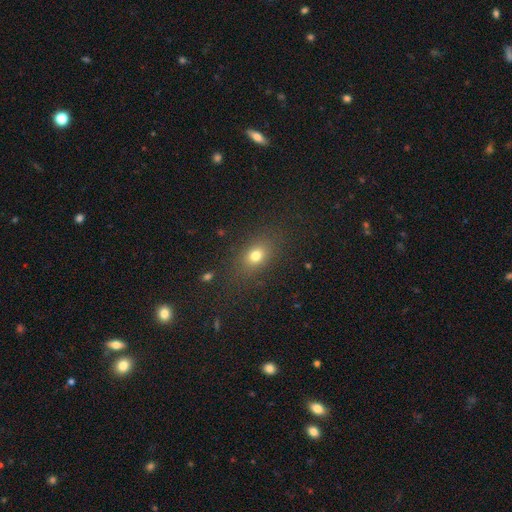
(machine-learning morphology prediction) smooth-or-featured: smooth: 75% | star or artifact: 14% | featured or disk: 11%
  how-rounded: in between: 65% | round: 31% | cigar-shaped: 3%
  merging: none: 81% | minor disturbance: 11% | major disturbance: 5% | merger: 2%